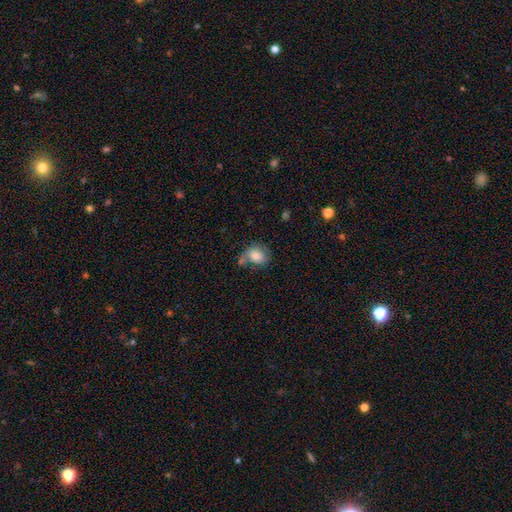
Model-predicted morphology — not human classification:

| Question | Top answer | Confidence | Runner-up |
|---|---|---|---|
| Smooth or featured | smooth | 75% | featured or disk (16%) |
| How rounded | round | 54% | in between (45%) |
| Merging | none | 46% | minor disturbance (26%) |